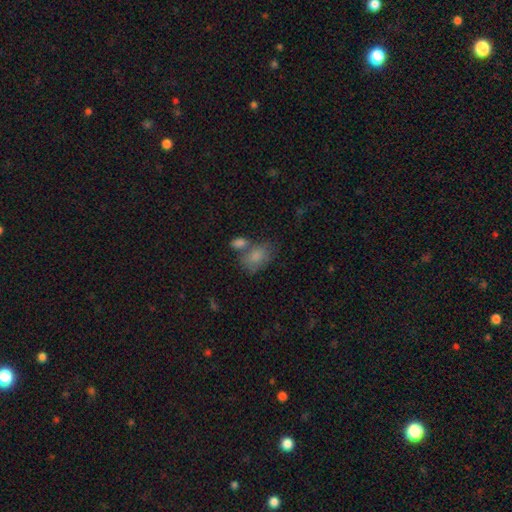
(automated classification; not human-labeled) Morphology: type=smooth (82%); roundness=in between (84%); merging=none (43%).